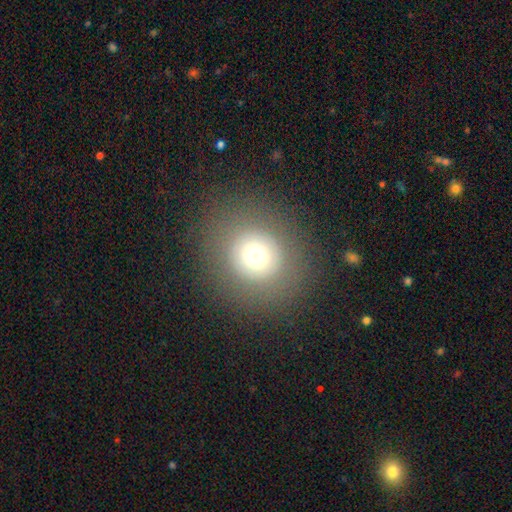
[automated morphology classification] Smooth or featured: smooth — 68% (featured or disk — 18%)
How rounded: round — 89% (in between — 10%)
Merging: none — 86% (minor disturbance — 7%)